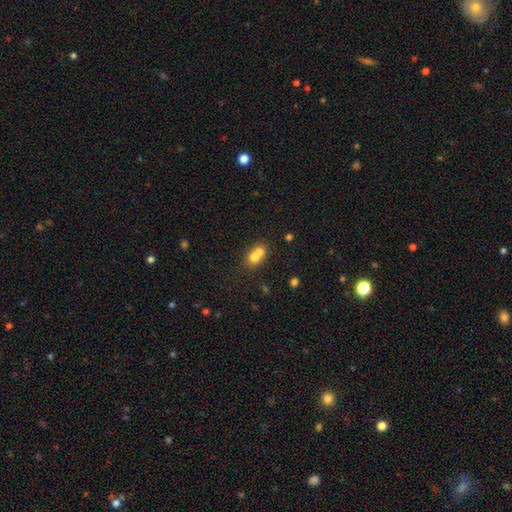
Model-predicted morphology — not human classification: Q: Smooth or featured?
A: smooth (70%); runner-up: featured or disk (19%)
Q: How rounded?
A: round (63%); runner-up: in between (36%)
Q: Merging?
A: merger (67%); runner-up: none (25%)